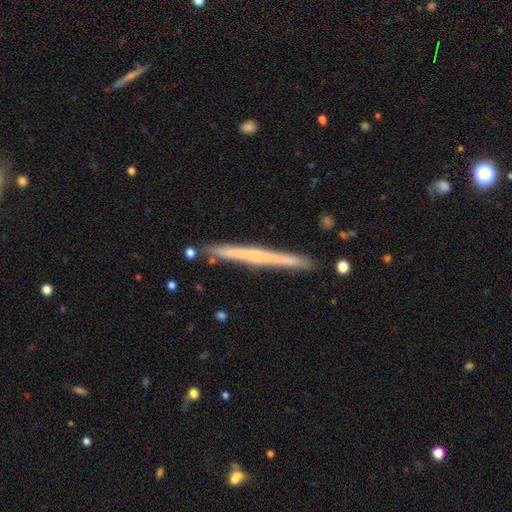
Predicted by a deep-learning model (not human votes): Overall: featured or disk (54%; smooth 40%). Edge-on disk: yes (97%). Edge-on bulge: none (81%). Merging: none (89%).